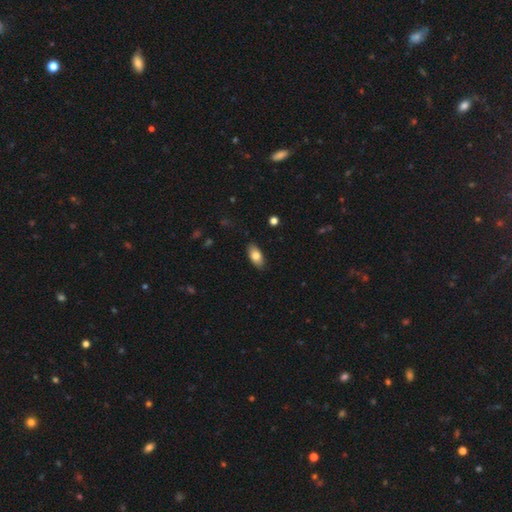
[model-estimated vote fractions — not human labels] Morphology: type=smooth (80%); roundness=in between (90%); merging=none (87%).